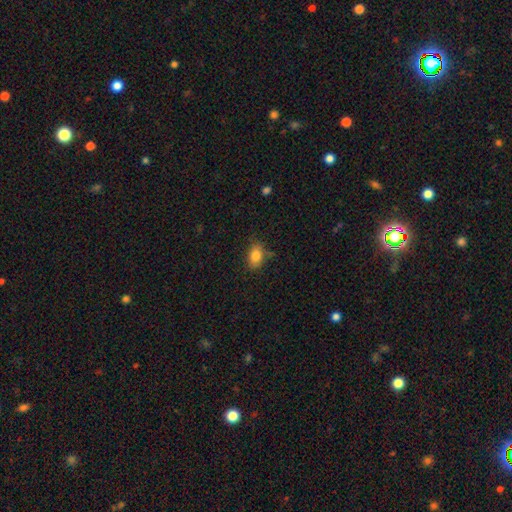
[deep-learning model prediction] This is clearly a smooth galaxy (83%). How rounded: clearly in between (81%). Merging: likely none (76%).